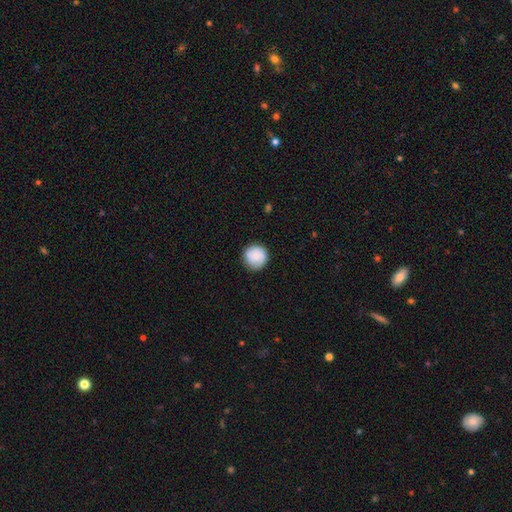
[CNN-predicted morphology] Smooth or featured?
  - smooth: 82% *
  - featured or disk: 11%
  - star or artifact: 7%
How rounded?
  - round: 95% *
  - in between: 4%
  - cigar-shaped: 1%
Merging?
  - none: 85% *
  - minor disturbance: 12%
  - major disturbance: 2%
  - merger: 1%